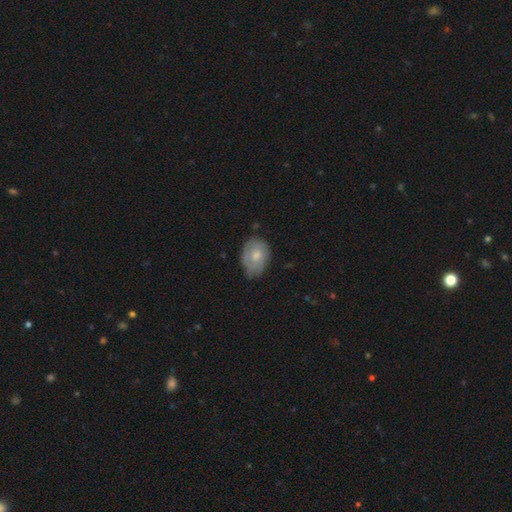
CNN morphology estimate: Q: Smooth or featured?
A: smooth (53%); runner-up: featured or disk (40%)
Q: How rounded?
A: in between (74%); runner-up: round (25%)
Q: Merging?
A: none (59%); runner-up: minor disturbance (32%)